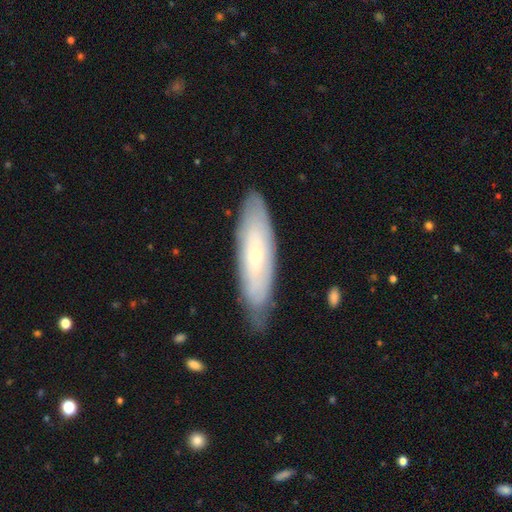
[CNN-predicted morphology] Q: Smooth or featured?
A: featured or disk (57%); runner-up: smooth (36%)
Q: Edge-on disk?
A: no (69%); runner-up: yes (31%)
Q: Merging?
A: none (77%); runner-up: minor disturbance (18%)